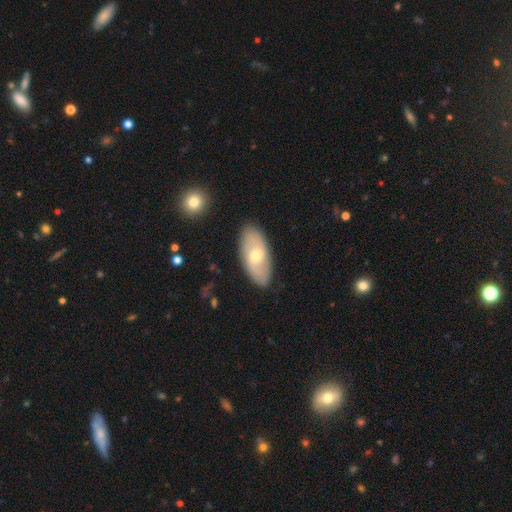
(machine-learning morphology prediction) Smooth or featured? smooth (48%)
Merging? none (86%)